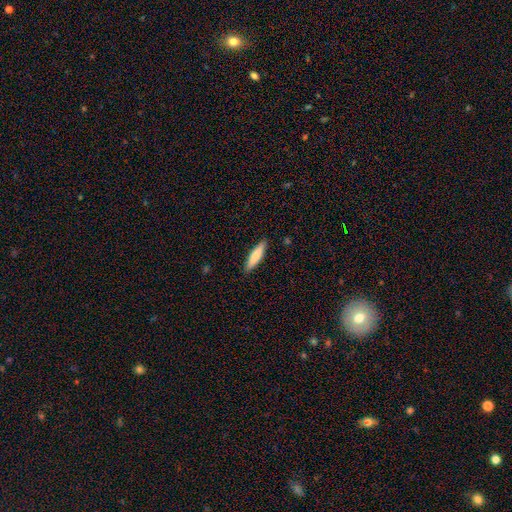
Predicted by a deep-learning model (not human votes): smooth_or_featured: smooth (p=0.75) [alt: featured or disk p=0.19]
how_rounded: cigar-shaped (p=0.79) [alt: in between p=0.20]
merging: none (p=0.90) [alt: minor disturbance p=0.08]